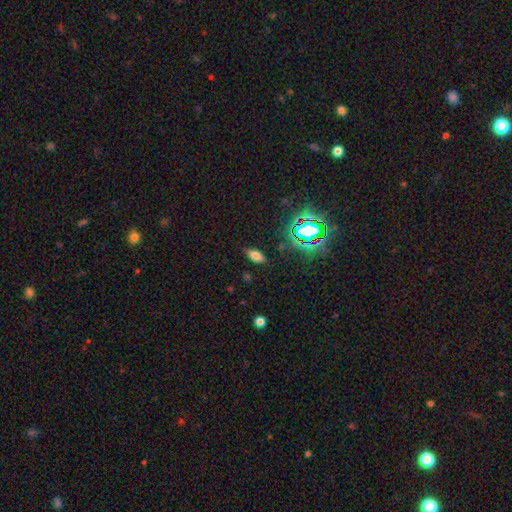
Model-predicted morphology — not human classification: Smooth or featured? Predicted: smooth (p=0.66). How rounded? Predicted: in between (p=0.85). Merging? Predicted: none (p=0.85).